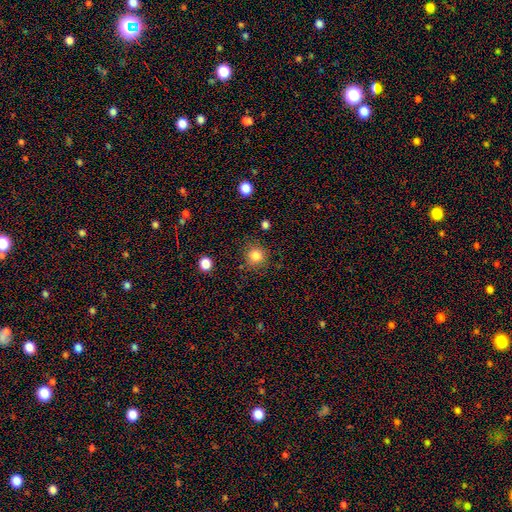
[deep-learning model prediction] A smooth galaxy with no disk features (83%) that is round (93%).

Vote fractions:
- Smooth or featured? smooth: 83% / star or artifact: 12% / featured or disk: 5%
- How rounded? round: 93% / in between: 6% / cigar-shaped: 1%
- Merging? none: 84% / minor disturbance: 10% / major disturbance: 4% / merger: 3%